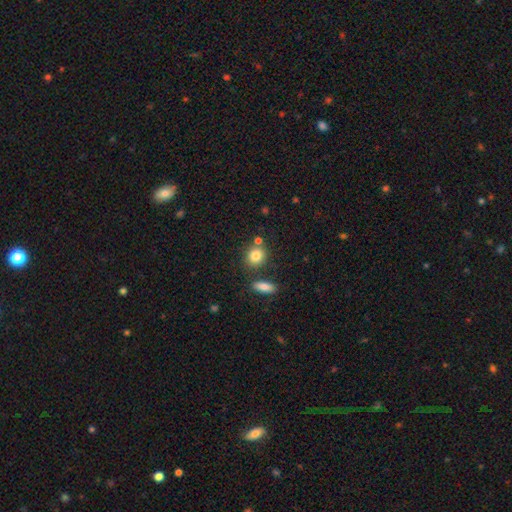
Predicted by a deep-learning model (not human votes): Q: Smooth or featured?
A: smooth (83%); runner-up: star or artifact (9%)
Q: How rounded?
A: round (72%); runner-up: in between (27%)
Q: Merging?
A: none (71%); runner-up: merger (15%)